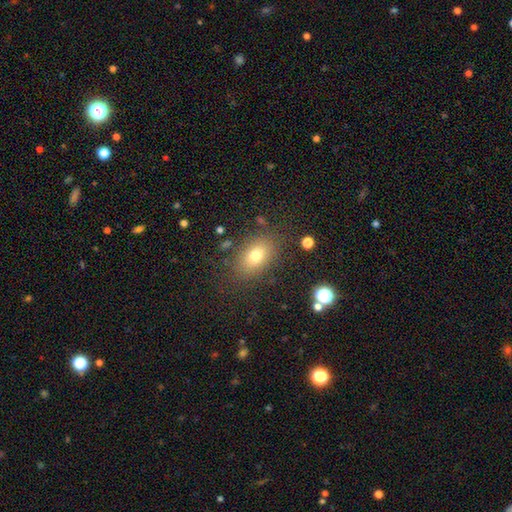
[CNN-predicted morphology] Smooth or featured? Predicted: smooth (p=0.75). How rounded? Predicted: in between (p=0.82). Merging? Predicted: none (p=0.81).